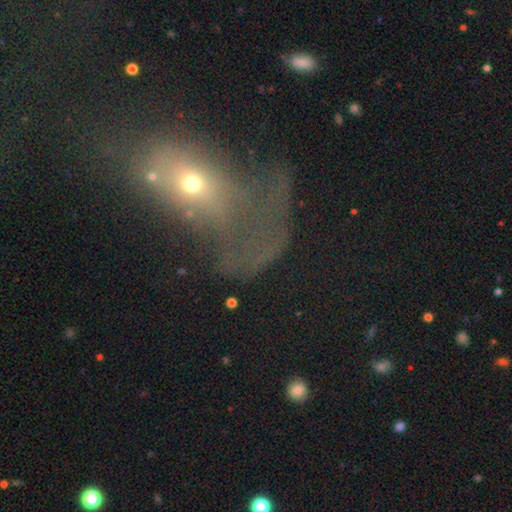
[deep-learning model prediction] Overall: smooth (40%; featured or disk 36%). Merging: major disturbance (52%; none 19%).